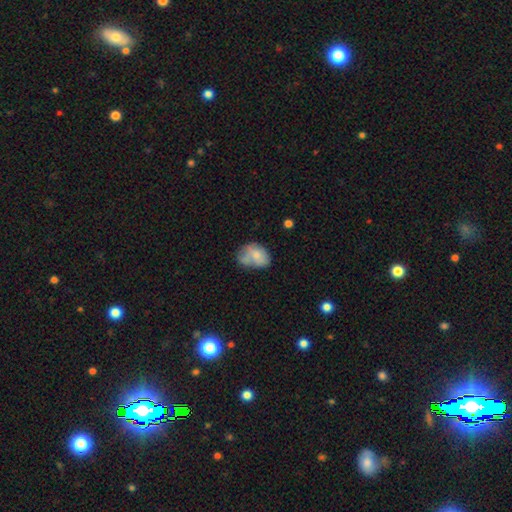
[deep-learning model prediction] Morphology: type=smooth (64%); roundness=in between (74%); merging=none (36%).